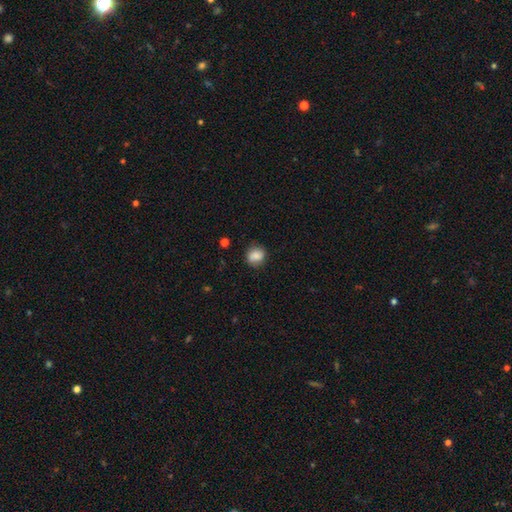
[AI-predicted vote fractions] smooth 82%, featured or disk 9%, star or artifact 9%. Down the decision tree: how rounded — round (77%); merging — none (76%).